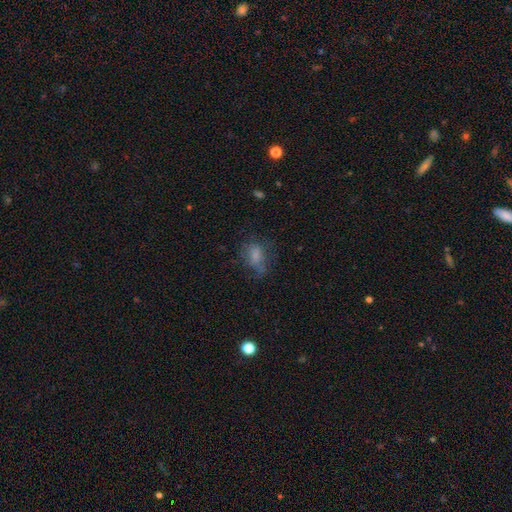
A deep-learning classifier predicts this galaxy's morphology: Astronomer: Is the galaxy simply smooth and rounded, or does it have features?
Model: smooth — 66%.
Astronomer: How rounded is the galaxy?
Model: in between — 73%.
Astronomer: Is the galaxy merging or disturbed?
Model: none — 46% (runner-up: major disturbance, 26%).